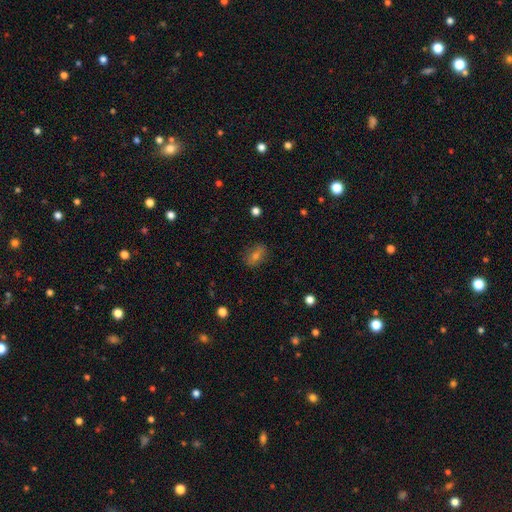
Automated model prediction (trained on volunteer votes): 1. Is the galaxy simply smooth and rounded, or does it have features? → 60% smooth, 21% featured or disk, 19% star or artifact.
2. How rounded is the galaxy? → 71% in between, 26% round, 3% cigar-shaped.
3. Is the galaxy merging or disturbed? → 81% none, 13% minor disturbance, 4% major disturbance, 1% merger.